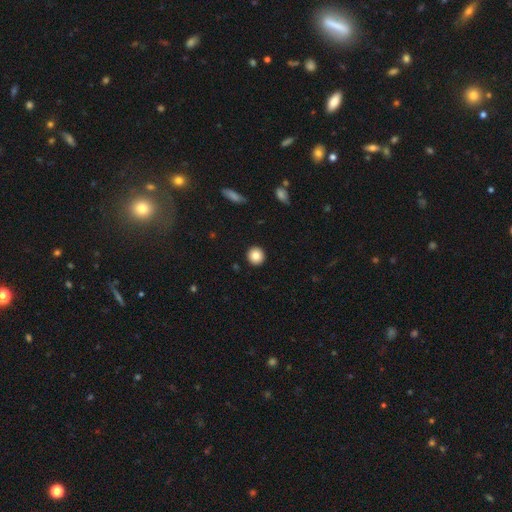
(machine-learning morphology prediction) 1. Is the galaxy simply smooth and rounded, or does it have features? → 85% smooth, 9% star or artifact, 6% featured or disk.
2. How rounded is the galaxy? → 94% round, 5% in between, 1% cigar-shaped.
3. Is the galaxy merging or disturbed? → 93% none, 4% minor disturbance, 2% major disturbance, 1% merger.